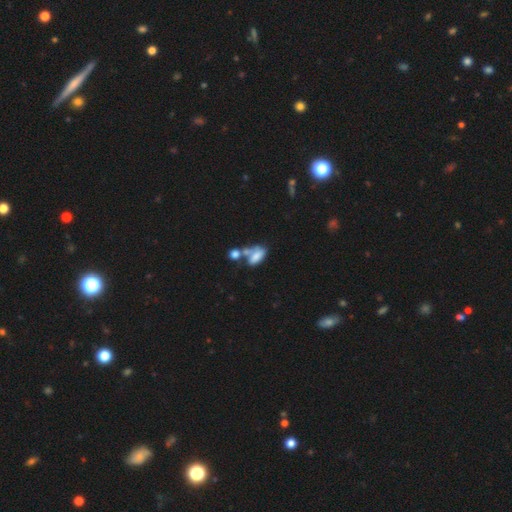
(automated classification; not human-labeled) Overall: smooth (68%). How rounded: in between (88%). Merging: merger (52%; none 24%).